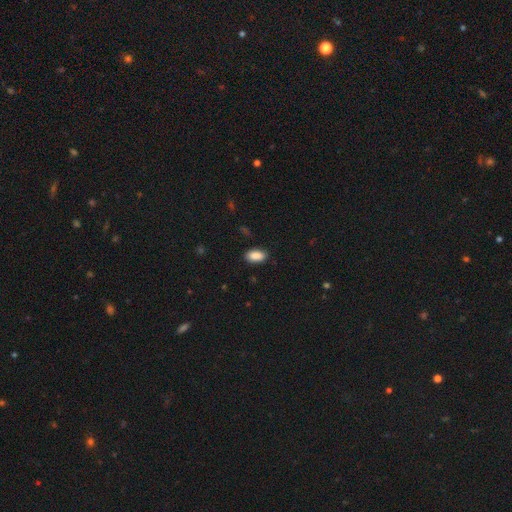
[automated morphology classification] smooth-or-featured: smooth: 89% | star or artifact: 7% | featured or disk: 4%
  how-rounded: in between: 93% | cigar-shaped: 4% | round: 4%
  merging: none: 87% | minor disturbance: 10% | major disturbance: 2% | merger: 1%